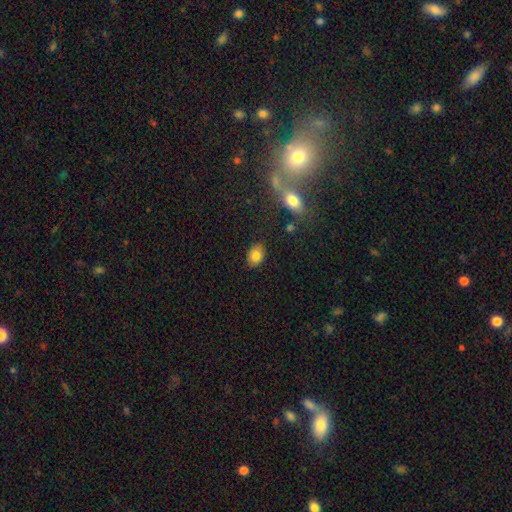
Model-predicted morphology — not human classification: This is clearly a smooth galaxy (82%). How rounded: likely in between (73%). Merging: clearly none (85%).